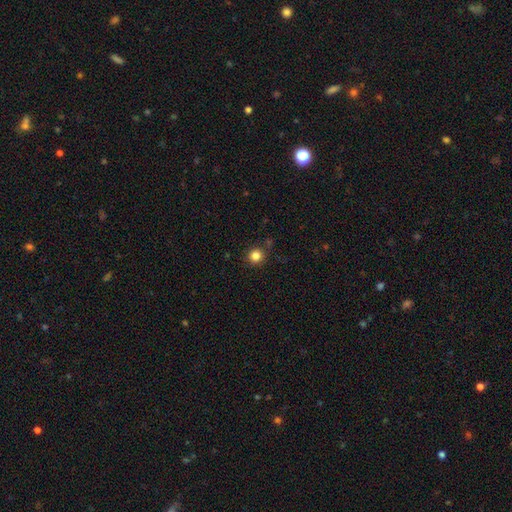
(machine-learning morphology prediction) Smooth or featured? smooth (83%)
How rounded? round (93%)
Merging? none (86%)